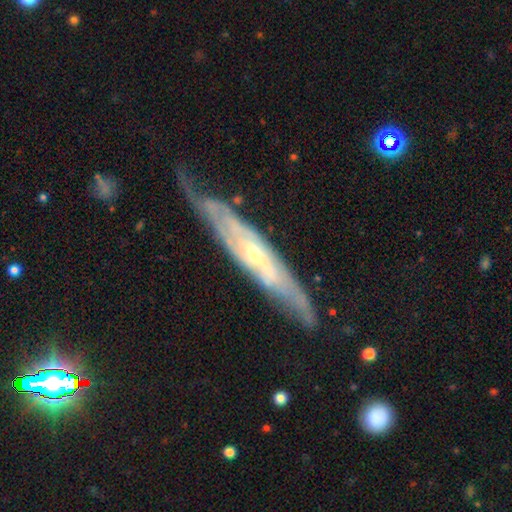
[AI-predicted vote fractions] Overall: featured or disk (83%). Edge-on disk: no (54%; yes 46%). Merging: none (64%; minor disturbance 24%).